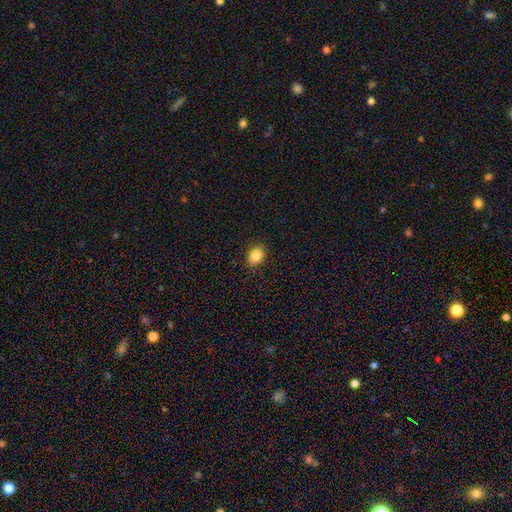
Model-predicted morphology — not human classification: The model was most divided on "how rounded": round: 51%, in between: 48%, cigar-shaped: 1%. More confident: merging — none (89%); smooth or featured — smooth (84%).